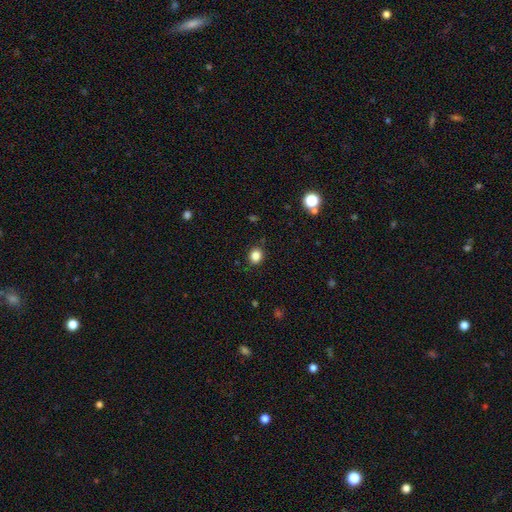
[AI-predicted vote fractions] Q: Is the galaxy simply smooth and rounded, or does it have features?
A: smooth — 85%.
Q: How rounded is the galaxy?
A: round — 74%.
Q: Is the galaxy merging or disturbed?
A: none — 87%.